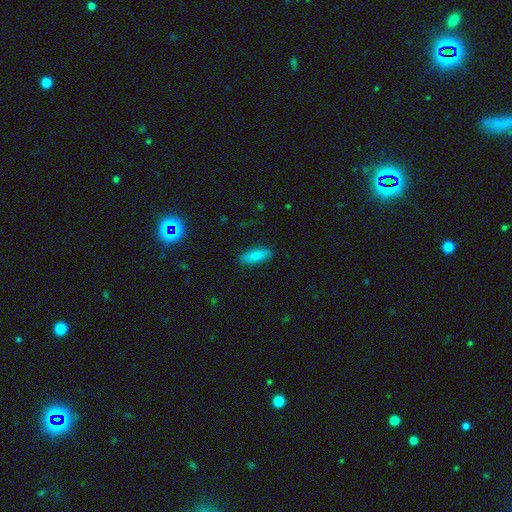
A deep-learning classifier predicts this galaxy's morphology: A smooth galaxy with no disk features (85%) that is in between round and cigar-shaped (57%). Merging: none (87%).